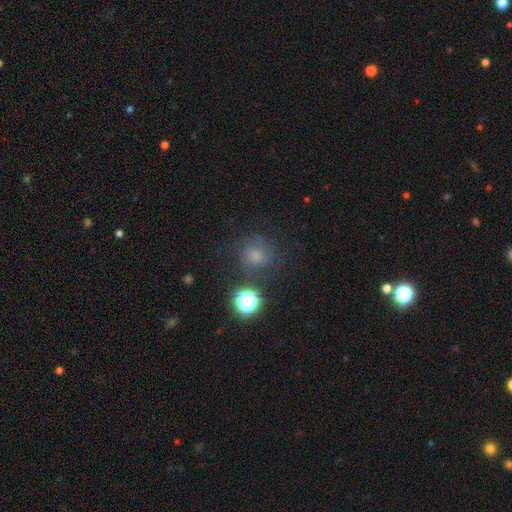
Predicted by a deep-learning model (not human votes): smooth-or-featured: smooth: 65% | star or artifact: 22% | featured or disk: 14%
  how-rounded: round: 85% | in between: 14% | cigar-shaped: 1%
  merging: none: 68% | minor disturbance: 17% | major disturbance: 11% | merger: 4%